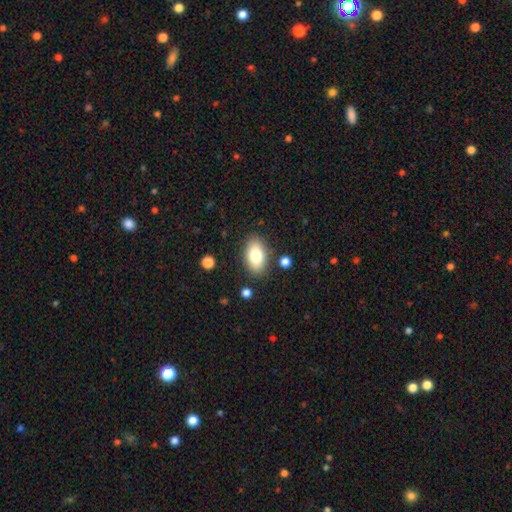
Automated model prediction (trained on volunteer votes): Q: Smooth or featured?
A: smooth (79%); runner-up: featured or disk (14%)
Q: How rounded?
A: in between (91%); runner-up: round (7%)
Q: Merging?
A: none (85%); runner-up: minor disturbance (10%)